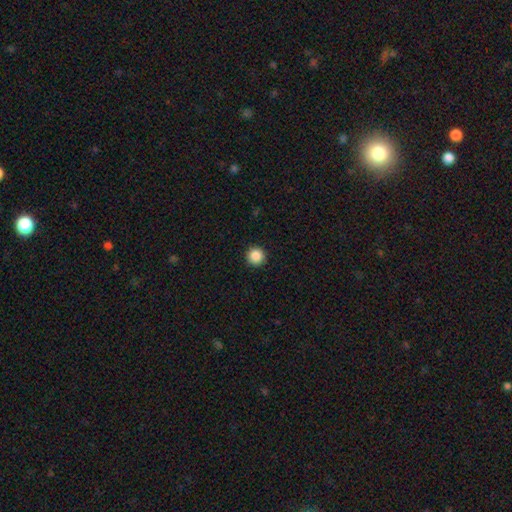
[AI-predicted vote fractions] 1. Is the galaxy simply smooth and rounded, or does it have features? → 87% smooth, 10% star or artifact, 3% featured or disk.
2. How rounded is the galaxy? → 96% round, 3% in between, 1% cigar-shaped.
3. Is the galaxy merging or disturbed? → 93% none, 4% minor disturbance, 2% major disturbance, 1% merger.